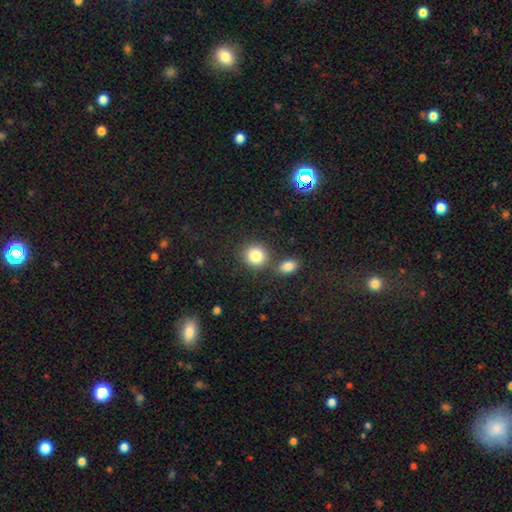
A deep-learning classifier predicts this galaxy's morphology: Overall: smooth (84%). How rounded: round (85%). Merging: none (71%).